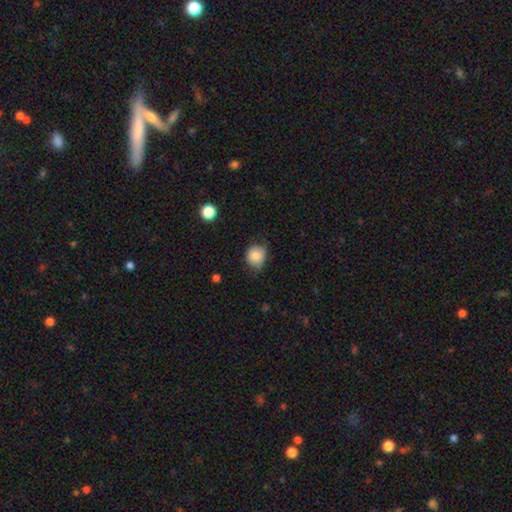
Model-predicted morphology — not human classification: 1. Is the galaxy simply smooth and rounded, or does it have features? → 83% smooth, 9% star or artifact, 8% featured or disk.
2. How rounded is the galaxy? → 81% round, 18% in between, 1% cigar-shaped.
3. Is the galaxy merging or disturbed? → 65% none, 29% minor disturbance, 5% major disturbance, 1% merger.